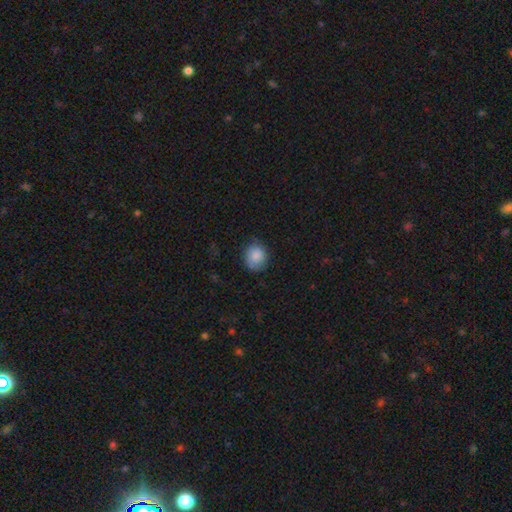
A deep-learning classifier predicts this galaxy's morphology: Smooth or featured: smooth — 87% (star or artifact — 8%)
How rounded: round — 78% (in between — 21%)
Merging: none — 78% (minor disturbance — 18%)